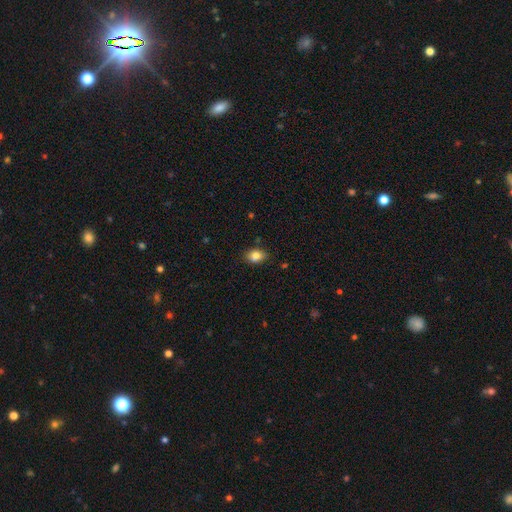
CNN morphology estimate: Smooth or featured? smooth (84%)
How rounded? in between (70%)
Merging? none (82%)